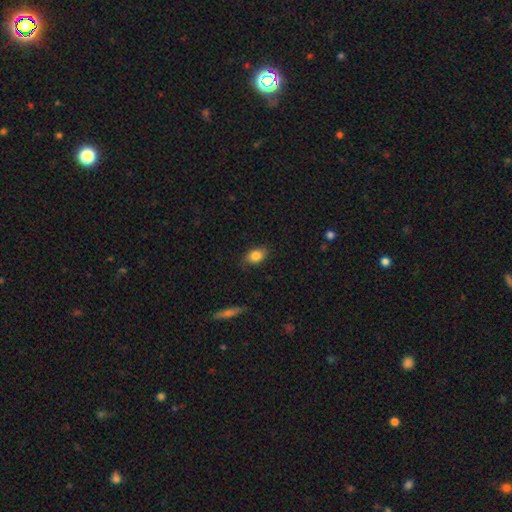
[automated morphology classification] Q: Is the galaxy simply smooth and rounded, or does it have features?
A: smooth — 84%.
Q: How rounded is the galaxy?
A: in between — 81%.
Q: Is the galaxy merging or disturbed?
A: none — 83%.